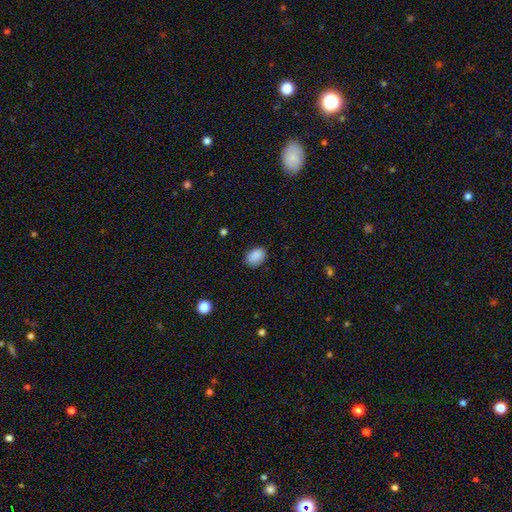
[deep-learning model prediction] Morphology: type=smooth (89%); roundness=in between (79%); merging=none (83%).